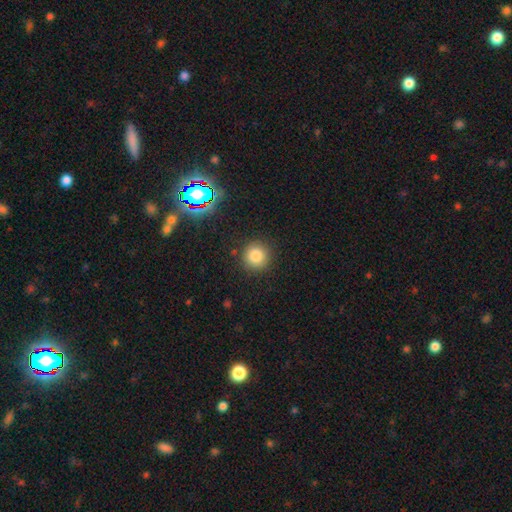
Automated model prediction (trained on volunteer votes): Q: Smooth or featured?
A: smooth (82%); runner-up: star or artifact (13%)
Q: How rounded?
A: round (94%); runner-up: in between (5%)
Q: Merging?
A: none (89%); runner-up: minor disturbance (7%)